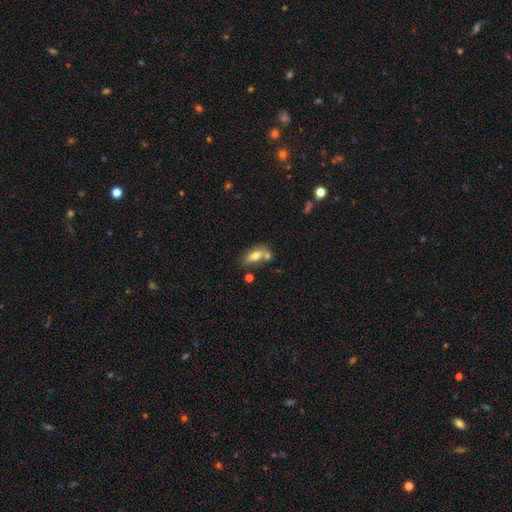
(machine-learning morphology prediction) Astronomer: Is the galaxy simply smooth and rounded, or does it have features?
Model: smooth — 70%.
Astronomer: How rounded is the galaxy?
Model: in between — 84%.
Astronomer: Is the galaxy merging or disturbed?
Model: none — 40% (runner-up: merger, 39%).